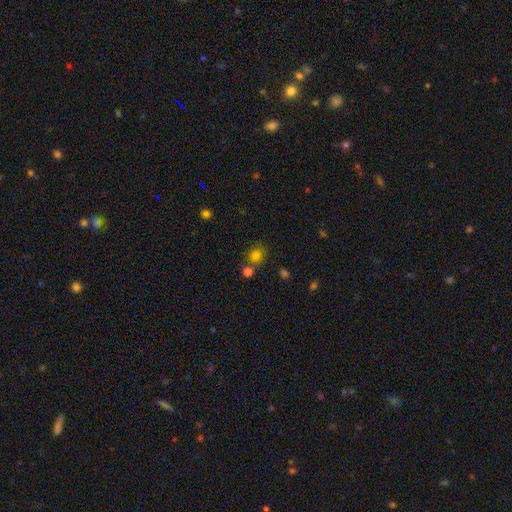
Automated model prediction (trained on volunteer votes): A smooth galaxy with no disk features (78%) that is round (66%). Merging: none (70%).